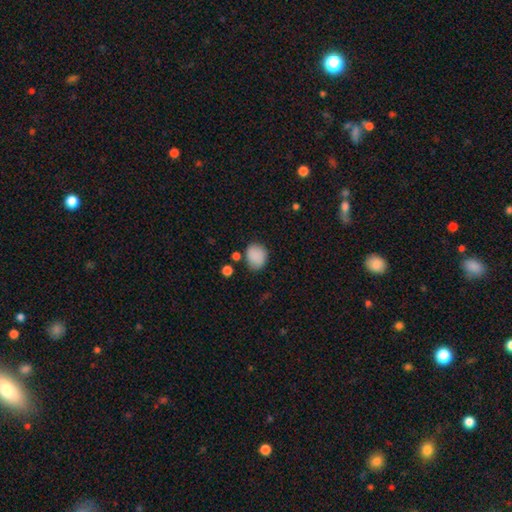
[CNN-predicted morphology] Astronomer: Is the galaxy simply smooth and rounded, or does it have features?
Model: smooth — 87%.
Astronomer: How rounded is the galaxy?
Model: round — 61% (runner-up: in between, 38%).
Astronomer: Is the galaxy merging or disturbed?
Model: none — 74%.